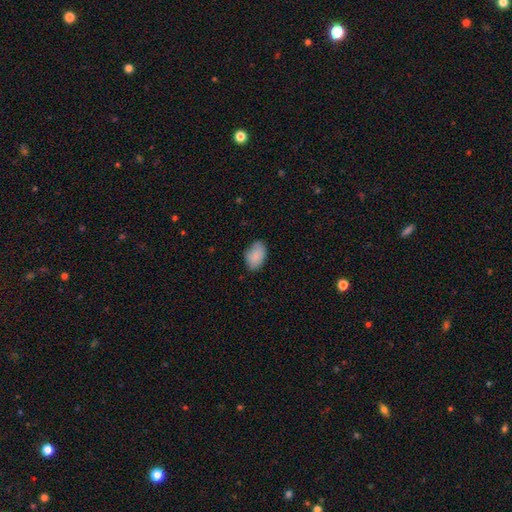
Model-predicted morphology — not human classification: smooth 87%, star or artifact 7%, featured or disk 6%. Down the decision tree: how rounded — in between (90%); merging — none (74%).